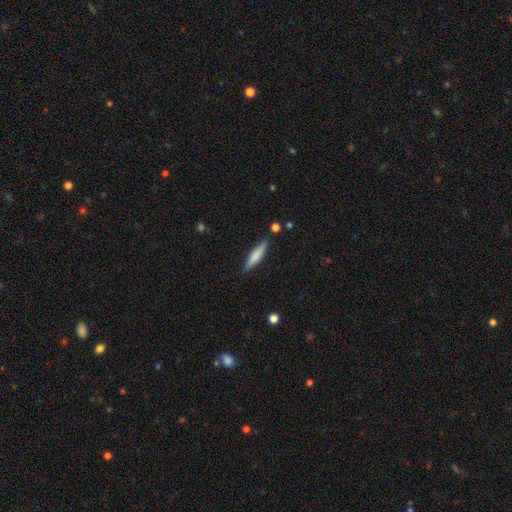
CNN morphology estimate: A smooth galaxy with no disk features (69%) that is cigar-shaped (83%).

Vote fractions:
- Smooth or featured? smooth: 69% / featured or disk: 25% / star or artifact: 6%
- How rounded? cigar-shaped: 83% / in between: 15% / round: 1%
- Merging? none: 86% / minor disturbance: 10% / merger: 2% / major disturbance: 2%